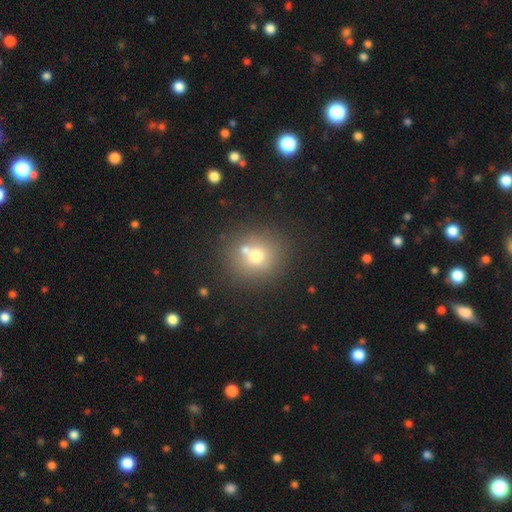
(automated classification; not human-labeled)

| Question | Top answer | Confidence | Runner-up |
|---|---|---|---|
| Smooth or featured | smooth | 67% | featured or disk (17%) |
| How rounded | round | 87% | in between (12%) |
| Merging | none | 65% | merger (23%) |